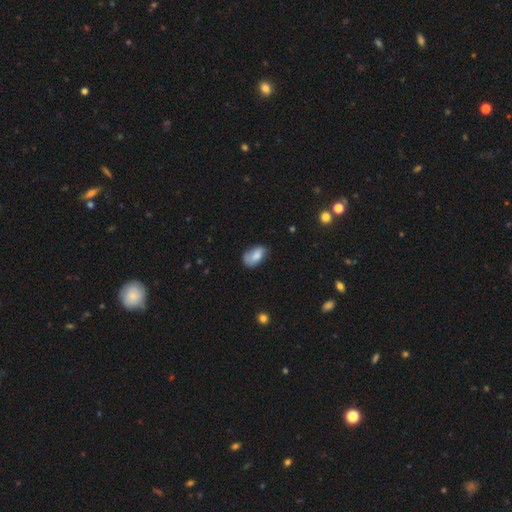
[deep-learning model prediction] This appears to be a smooth galaxy with no disk features (74%) that is in between round and cigar-shaped (91%). Merging: none (49%).